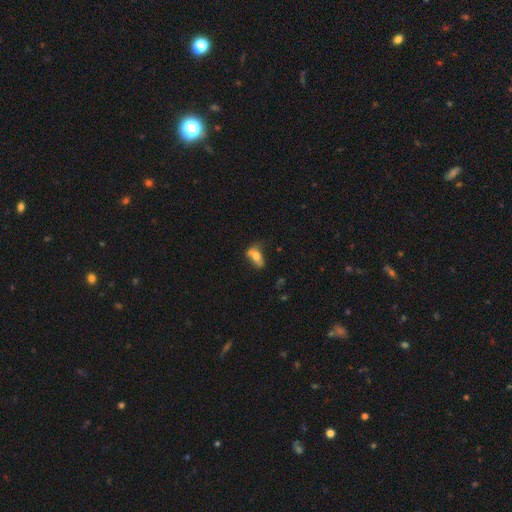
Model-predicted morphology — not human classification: Smooth or featured? smooth (63%)
How rounded? in between (82%)
Merging? none (36%)